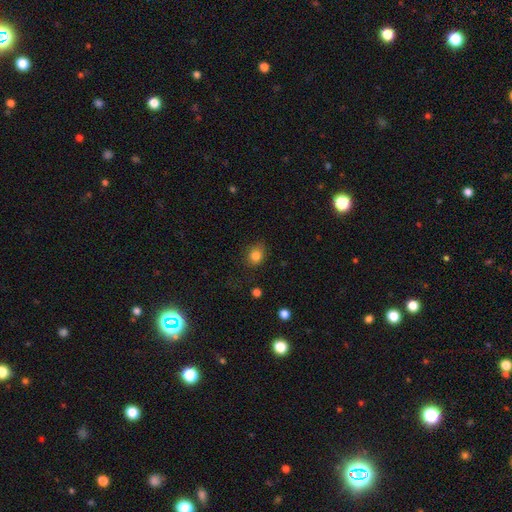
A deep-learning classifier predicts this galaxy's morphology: Smooth or featured?
  - smooth: 83% *
  - star or artifact: 11%
  - featured or disk: 6%
How rounded?
  - round: 65% *
  - in between: 34%
  - cigar-shaped: 1%
Merging?
  - none: 73% *
  - minor disturbance: 20%
  - major disturbance: 6%
  - merger: 2%